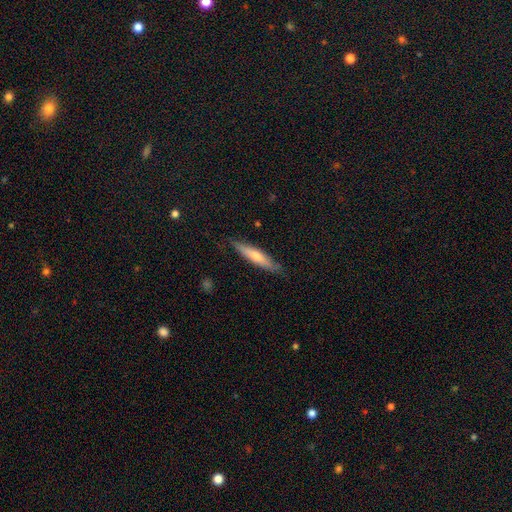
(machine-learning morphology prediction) smooth_or_featured: smooth (p=0.56) [alt: featured or disk p=0.39]
how_rounded: cigar-shaped (p=0.87) [alt: in between p=0.12]
merging: none (p=0.83) [alt: minor disturbance p=0.14]